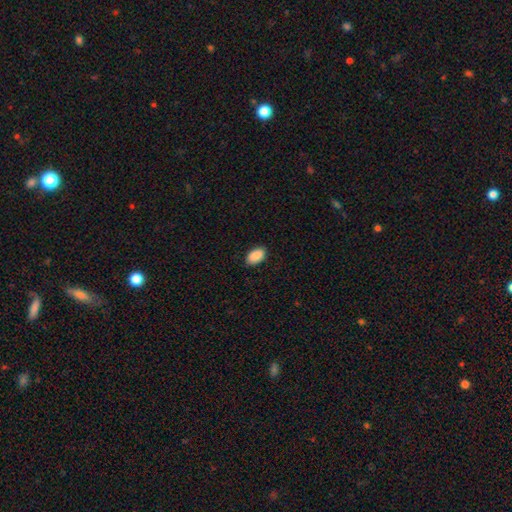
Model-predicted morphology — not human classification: The model was most divided on "merging": none: 88%, minor disturbance: 9%, major disturbance: 2%, merger: 1%. More confident: how rounded — in between (94%); smooth or featured — smooth (91%).